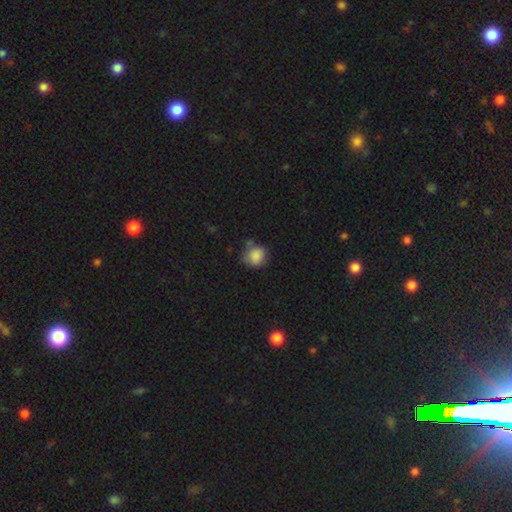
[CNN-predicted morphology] This is clearly a smooth galaxy (85%). How rounded: clearly round (83%). Merging: possibly none (59%).